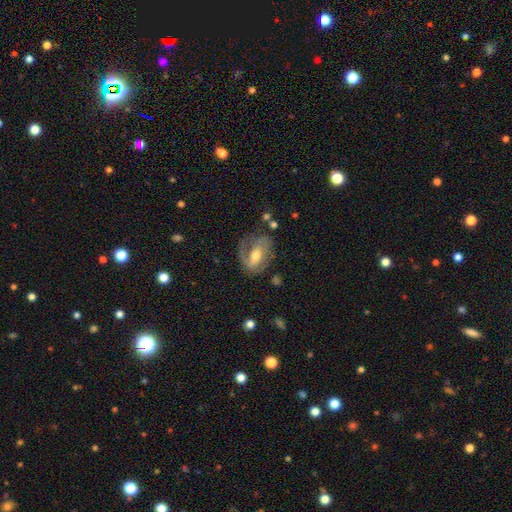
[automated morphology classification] Smooth or featured?
  - featured or disk: 70% *
  - smooth: 23%
  - star or artifact: 7%
Edge-on disk?
  - no: 96% *
  - yes: 4%
Bar?
  - weak: 44% *
  - no: 29%
  - strong: 27%
Spiral arms?
  - yes: 83% *
  - no: 17%
Spiral winding?
  - medium: 45% *
  - tight: 32%
  - loose: 23%
Spiral arm count?
  - 2: 59% *
  - 1: 25%
  - can't tell: 12%
  - 3: 2%
  - 4: 1%
  - more than 4: 1%
Bulge size?
  - moderate: 68% *
  - small: 22%
  - large: 8%
  - none: 1%
  - dominant: 1%
Merging?
  - none: 58% *
  - minor disturbance: 23%
  - major disturbance: 16%
  - merger: 3%